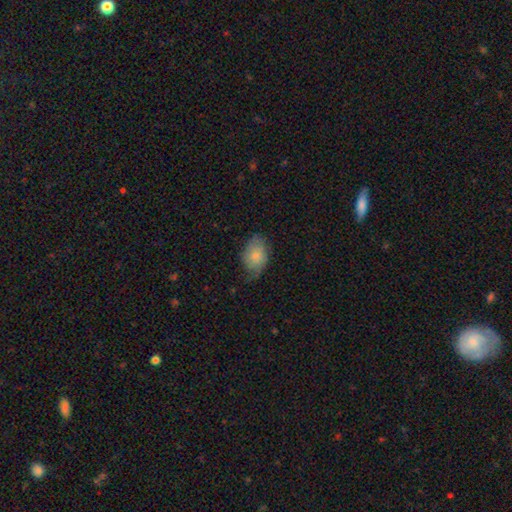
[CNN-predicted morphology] type=smooth (74%); roundness=in between (84%); merging=none (56%).